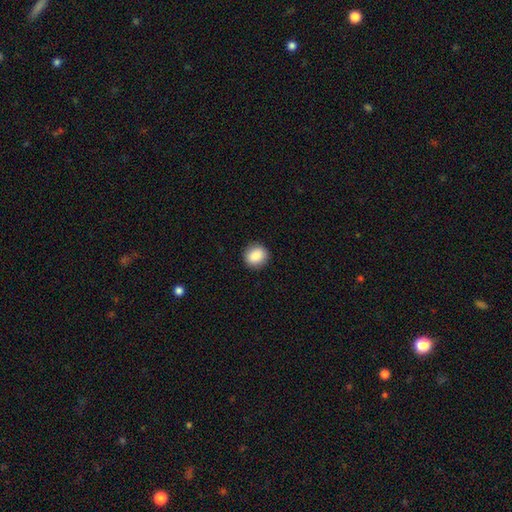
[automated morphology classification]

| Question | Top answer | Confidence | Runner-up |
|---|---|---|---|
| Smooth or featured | smooth | 88% | star or artifact (8%) |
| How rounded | round | 79% | in between (20%) |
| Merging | none | 90% | minor disturbance (7%) |